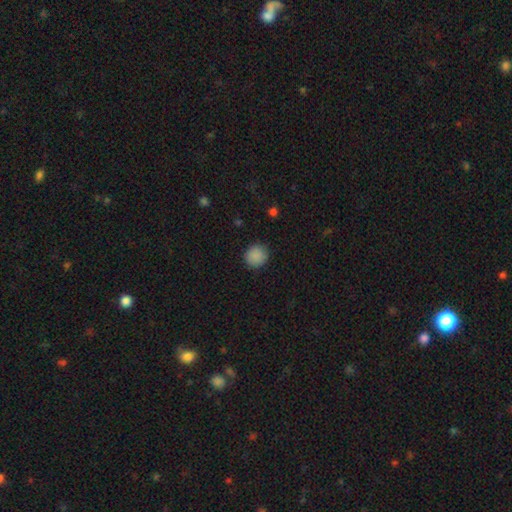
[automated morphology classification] Q: Smooth or featured?
A: smooth (88%); runner-up: star or artifact (8%)
Q: How rounded?
A: round (90%); runner-up: in between (9%)
Q: Merging?
A: none (89%); runner-up: minor disturbance (8%)